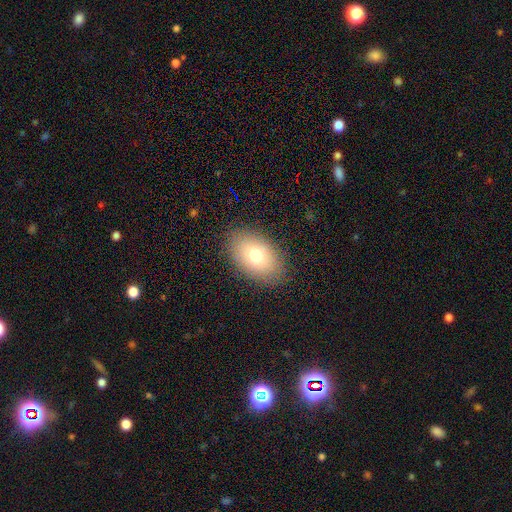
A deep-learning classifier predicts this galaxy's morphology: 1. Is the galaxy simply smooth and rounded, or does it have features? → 72% smooth, 17% featured or disk, 10% star or artifact.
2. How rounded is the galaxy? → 87% in between, 12% round, 1% cigar-shaped.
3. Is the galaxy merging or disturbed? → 86% none, 10% minor disturbance, 4% major disturbance, 1% merger.